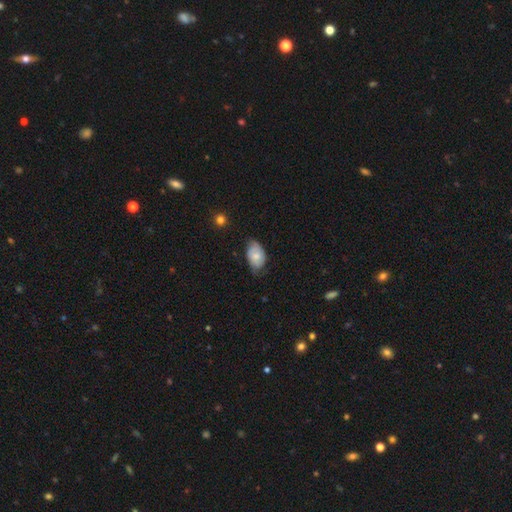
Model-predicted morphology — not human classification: A smooth galaxy with no disk features (70%) that is in between round and cigar-shaped (90%).

Vote fractions:
- Smooth or featured? smooth: 70% / featured or disk: 23% / star or artifact: 7%
- How rounded? in between: 90% / round: 8% / cigar-shaped: 1%
- Merging? none: 55% / minor disturbance: 36% / major disturbance: 7% / merger: 1%